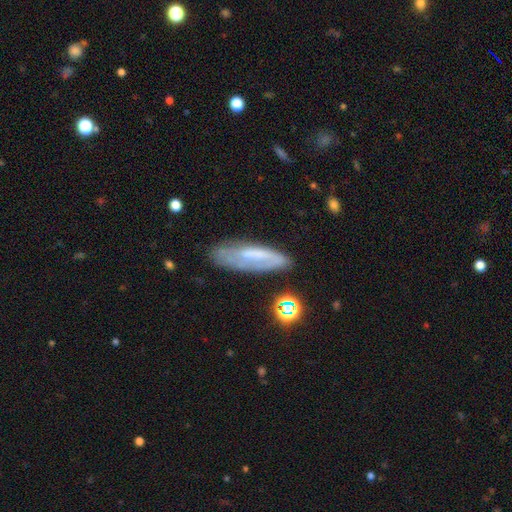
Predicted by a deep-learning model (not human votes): Overall: featured or disk (47%; smooth 43%). Merging: none (63%).